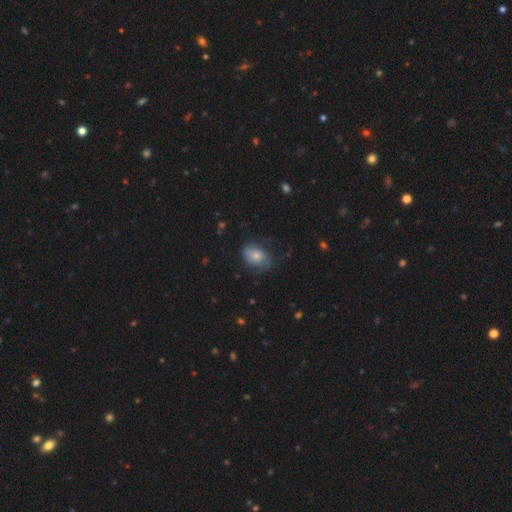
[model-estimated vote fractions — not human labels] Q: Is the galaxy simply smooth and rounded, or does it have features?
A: smooth — 69%.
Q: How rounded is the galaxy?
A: in between — 78%.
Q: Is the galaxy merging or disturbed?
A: none — 55%.